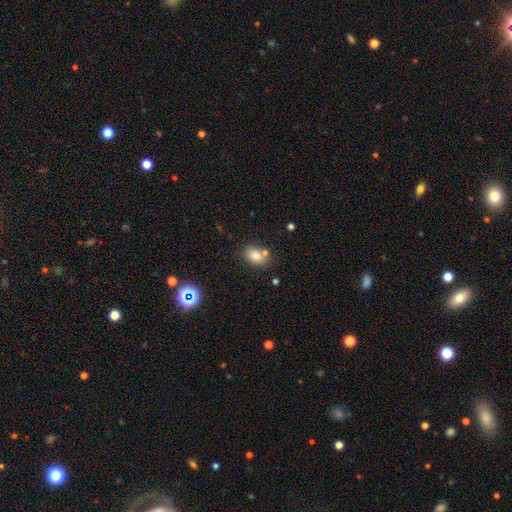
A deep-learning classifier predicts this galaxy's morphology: Smooth or featured?
  - smooth: 79% *
  - star or artifact: 11%
  - featured or disk: 10%
How rounded?
  - in between: 76% *
  - round: 23%
  - cigar-shaped: 1%
Merging?
  - none: 67% *
  - merger: 16%
  - minor disturbance: 13%
  - major disturbance: 4%